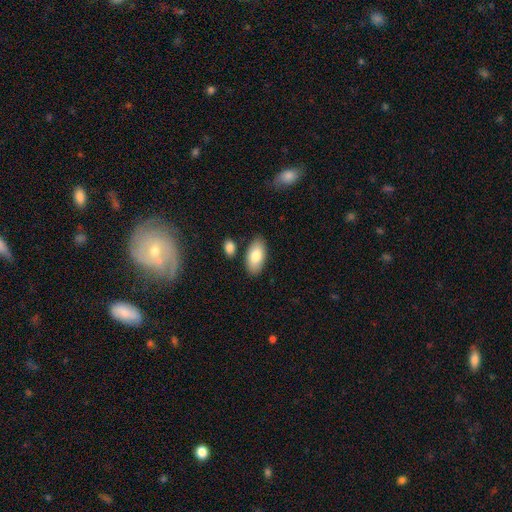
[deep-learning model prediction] Morphology: type=smooth (80%); roundness=in between (95%); merging=none (82%).